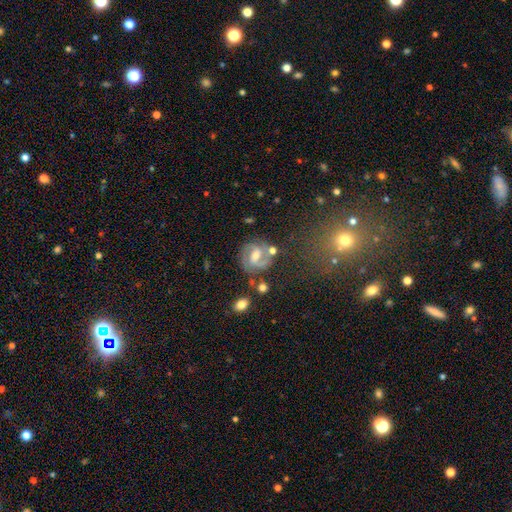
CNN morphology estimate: This appears to be a featured or disk galaxy (80%) with a weak bar (51%), 2 (87%) medium (52%) spiral arms (94%) and a moderate central bulge (57%). Merging: none (67%).